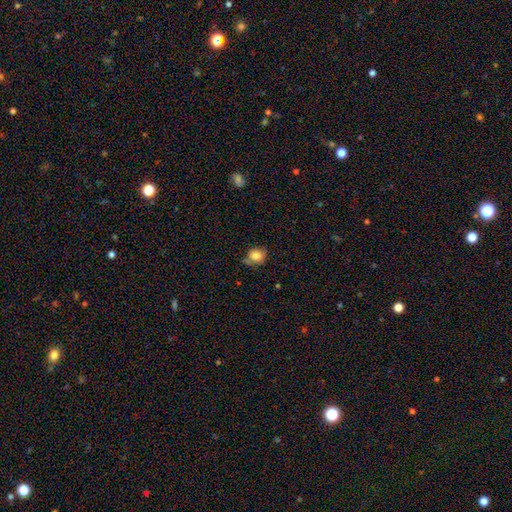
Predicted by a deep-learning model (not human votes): Overall: smooth (81%). How rounded: round (68%; in between 31%). Merging: none (56%; minor disturbance 31%).